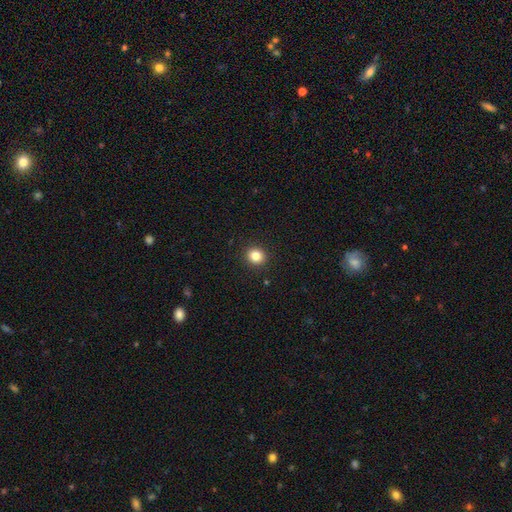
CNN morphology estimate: Q: Smooth or featured?
A: smooth (84%); runner-up: star or artifact (11%)
Q: How rounded?
A: round (84%); runner-up: in between (15%)
Q: Merging?
A: none (92%); runner-up: minor disturbance (5%)